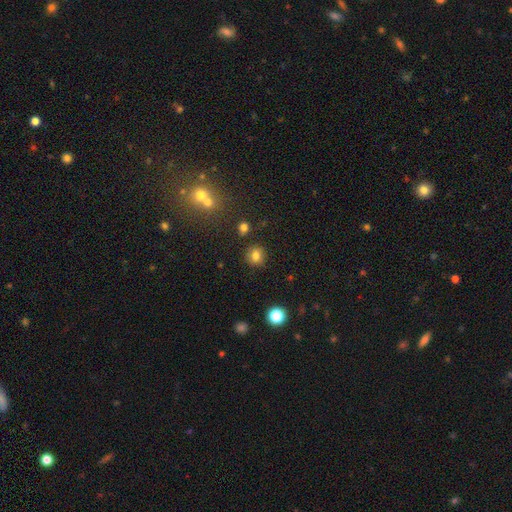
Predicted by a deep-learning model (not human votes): smooth 80%, star or artifact 12%, featured or disk 7%. Down the decision tree: how rounded — round (87%); merging — none (88%).